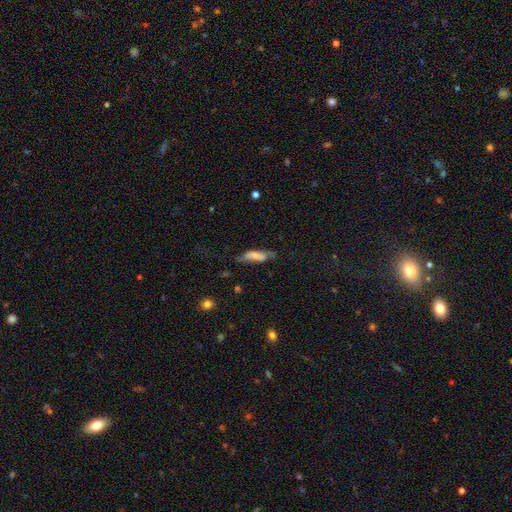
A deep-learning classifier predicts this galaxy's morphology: type=smooth (58%); roundness=in between (53%); merging=none (51%).